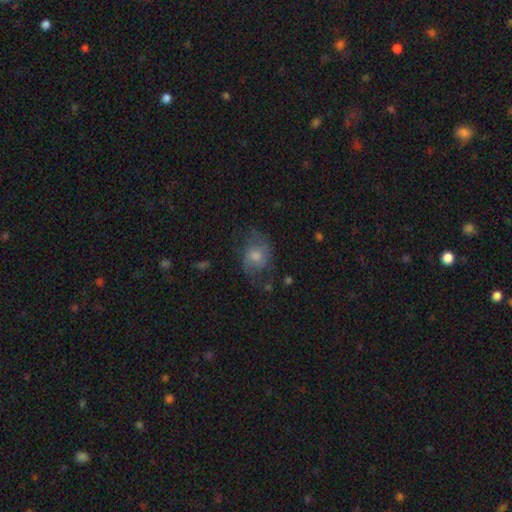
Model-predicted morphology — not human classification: A featured or disk galaxy (53%) with no bar (69%), spiral arms (81%) and a moderate central bulge (57%). Merging: none (62%).